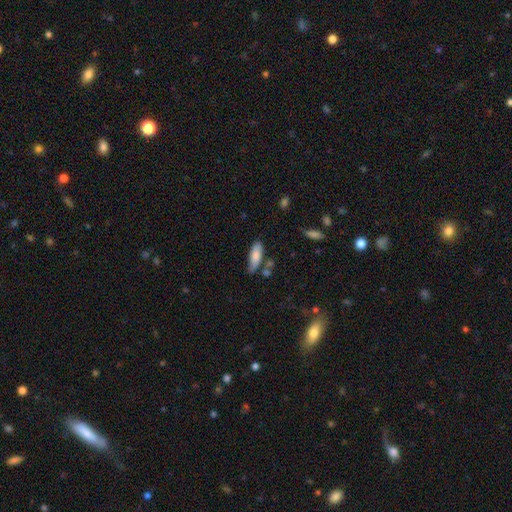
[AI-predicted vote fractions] smooth_or_featured: smooth (p=0.79) [alt: featured or disk p=0.15]
how_rounded: in between (p=0.66) [alt: cigar-shaped p=0.32]
merging: none (p=0.56) [alt: minor disturbance p=0.28]